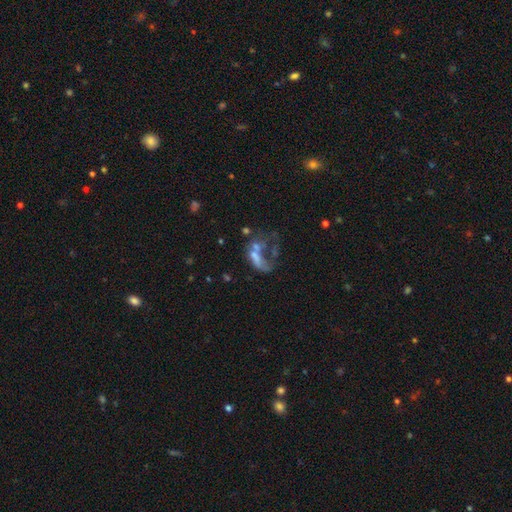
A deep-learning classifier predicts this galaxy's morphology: type=featured or disk (49%); merging=major disturbance (40%).